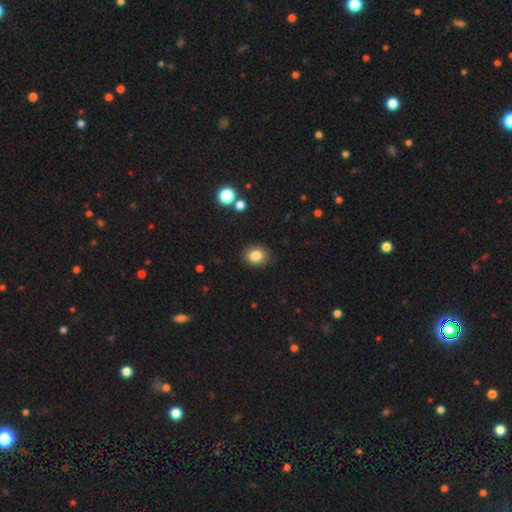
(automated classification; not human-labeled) smooth-or-featured: smooth: 84% | star or artifact: 10% | featured or disk: 6%
  how-rounded: round: 52% | in between: 47% | cigar-shaped: 1%
  merging: none: 88% | minor disturbance: 8% | major disturbance: 2% | merger: 1%